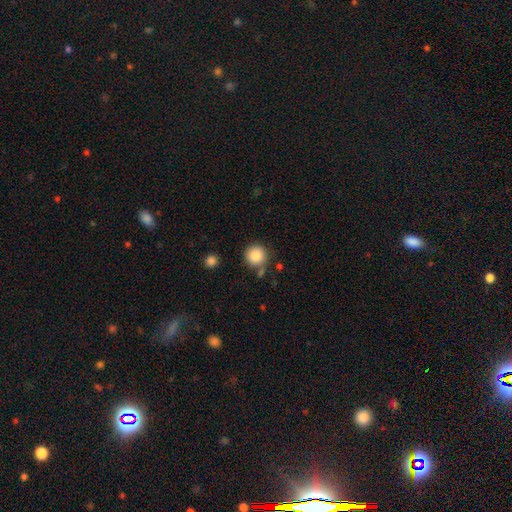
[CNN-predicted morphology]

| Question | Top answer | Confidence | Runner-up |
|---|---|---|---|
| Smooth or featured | smooth | 86% | star or artifact (9%) |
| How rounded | round | 94% | in between (5%) |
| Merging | none | 78% | minor disturbance (12%) |